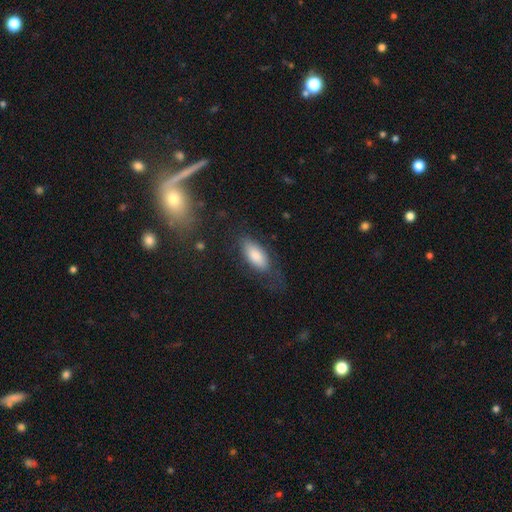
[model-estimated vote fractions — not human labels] Overall: smooth (80%). How rounded: in between (86%). Merging: none (60%; minor disturbance 23%).